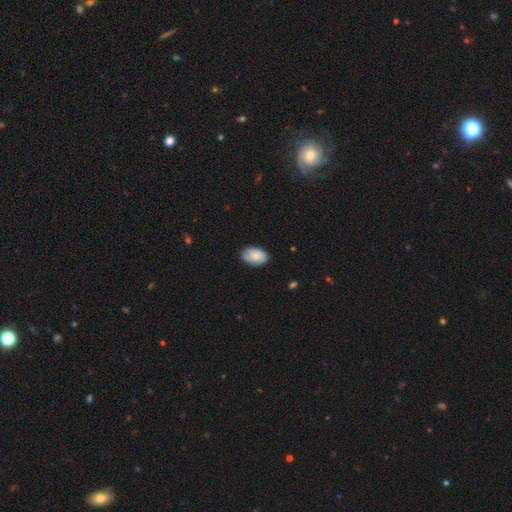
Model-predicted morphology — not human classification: A smooth galaxy with no disk features (69%) that is in between round and cigar-shaped (89%).

Vote fractions:
- Smooth or featured? smooth: 69% / featured or disk: 24% / star or artifact: 7%
- How rounded? in between: 89% / round: 9% / cigar-shaped: 1%
- Merging? none: 76% / minor disturbance: 20% / major disturbance: 3% / merger: 1%